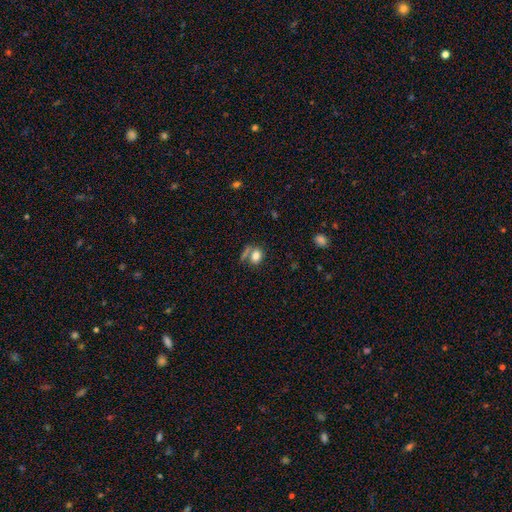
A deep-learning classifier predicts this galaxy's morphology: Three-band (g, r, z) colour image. It shows a smooth galaxy with no disk features (79%) that is in between round and cigar-shaped (60%). Merging: none (58%).